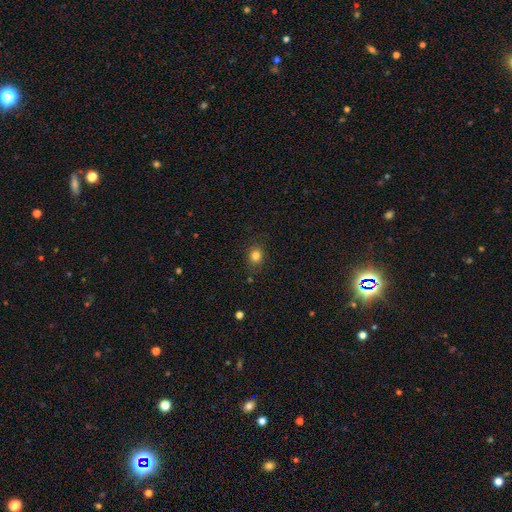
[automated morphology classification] This is clearly a smooth galaxy (81%). How rounded: likely round (68%). Merging: clearly none (84%).